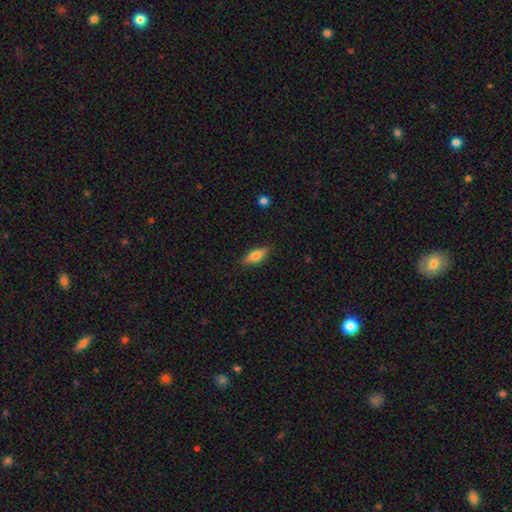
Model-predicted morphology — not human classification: smooth-or-featured: smooth: 73% | featured or disk: 20% | star or artifact: 7%
  how-rounded: in between: 65% | cigar-shaped: 32% | round: 3%
  merging: none: 84% | minor disturbance: 12% | major disturbance: 2% | merger: 1%